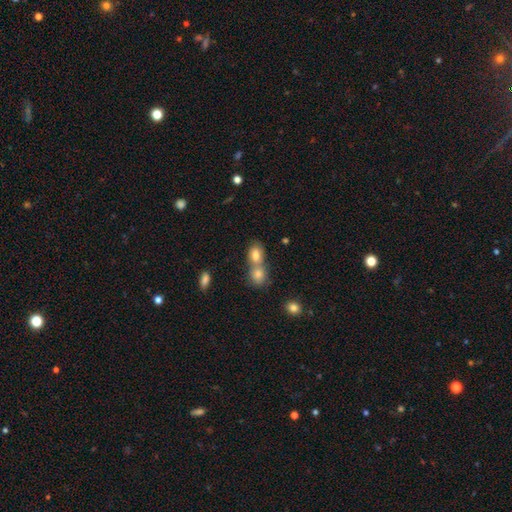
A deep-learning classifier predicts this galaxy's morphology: Overall: smooth (79%). How rounded: in between (62%; round 36%). Merging: merger (60%; none 30%).